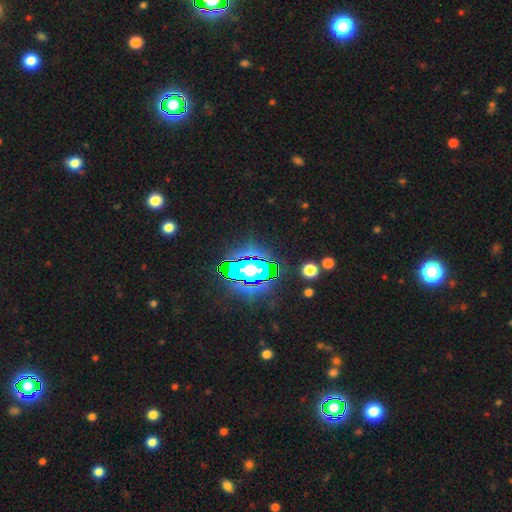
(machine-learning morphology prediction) smooth_or_featured: star or artifact (p=0.84) [alt: smooth p=0.09]